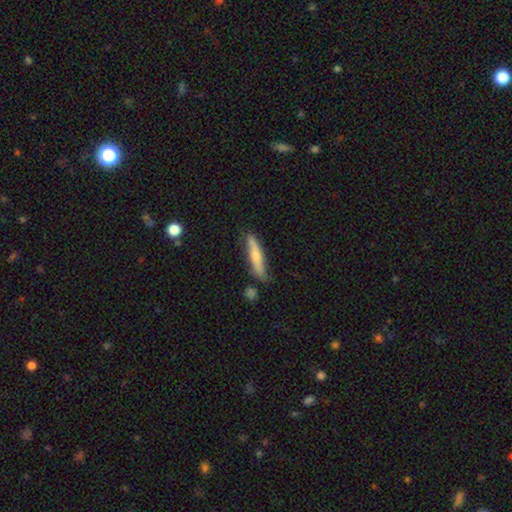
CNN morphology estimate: type=smooth (53%); roundness=cigar-shaped (85%); merging=none (69%).